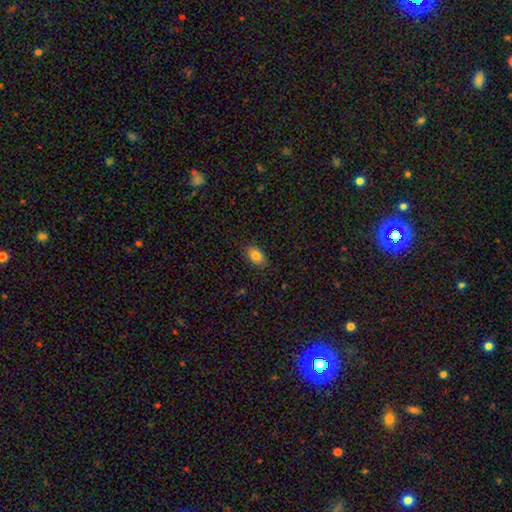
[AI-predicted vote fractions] A smooth galaxy with no disk features (84%) that is in between round and cigar-shaped (87%).

Vote fractions:
- Smooth or featured? smooth: 84% / star or artifact: 9% / featured or disk: 7%
- How rounded? in between: 87% / round: 11% / cigar-shaped: 2%
- Merging? none: 86% / minor disturbance: 11% / major disturbance: 2% / merger: 1%